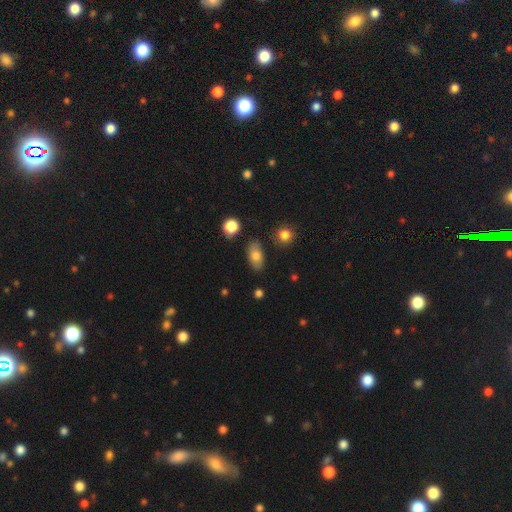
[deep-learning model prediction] A smooth galaxy with no disk features (77%) that is in between round and cigar-shaped (89%). Merging: none (82%).